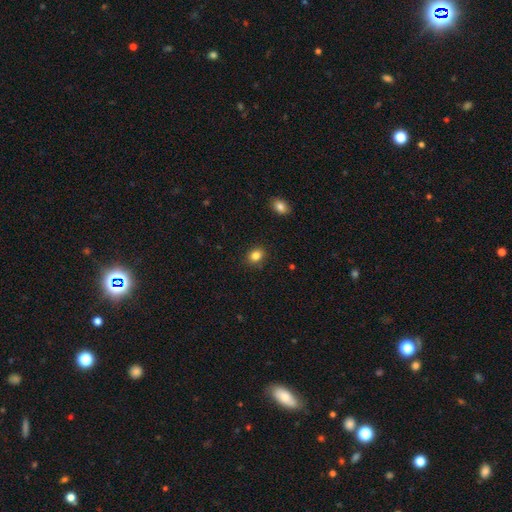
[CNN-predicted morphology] This is clearly a smooth galaxy (84%). How rounded: possibly in between (53%). Merging: clearly none (87%).